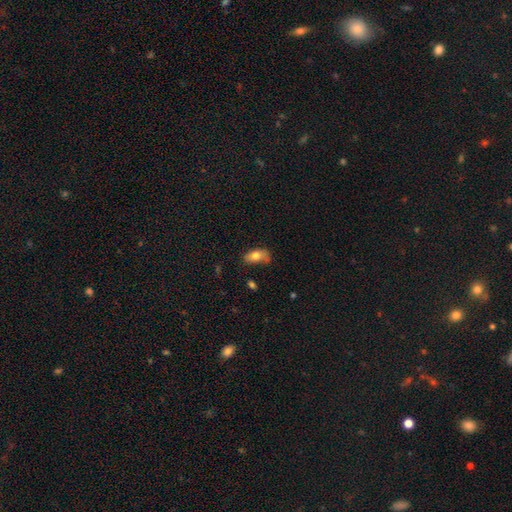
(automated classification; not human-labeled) Smooth or featured? Predicted: smooth (p=0.74). How rounded? Predicted: in between (p=0.89). Merging? Predicted: none (p=0.53).